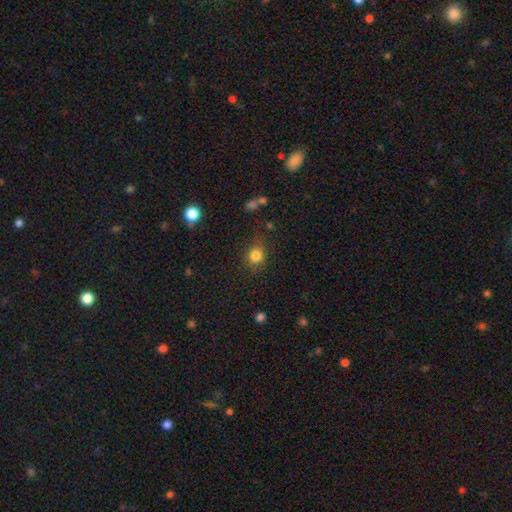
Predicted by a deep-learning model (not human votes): Morphology: type=smooth (83%); roundness=round (84%); merging=none (82%).